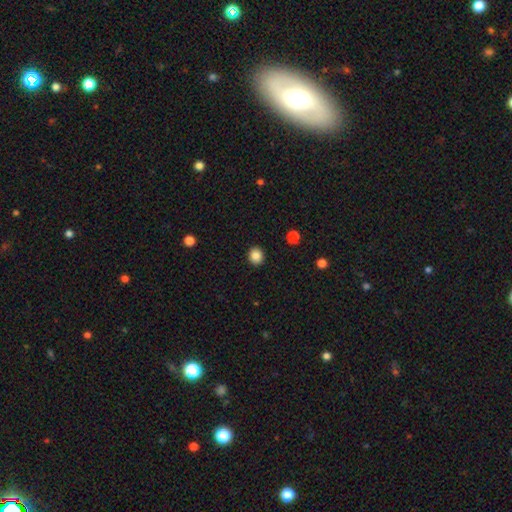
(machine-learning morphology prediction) smooth-or-featured: smooth: 86% | star or artifact: 10% | featured or disk: 4%
  how-rounded: round: 84% | in between: 15% | cigar-shaped: 1%
  merging: none: 92% | minor disturbance: 5% | major disturbance: 2% | merger: 1%